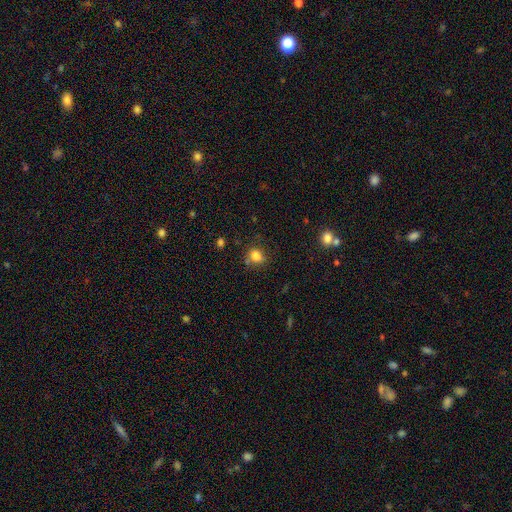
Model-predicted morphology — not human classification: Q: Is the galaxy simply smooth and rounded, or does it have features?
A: smooth — 81%.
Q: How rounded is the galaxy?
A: round — 54%.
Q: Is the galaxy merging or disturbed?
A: none — 64%.